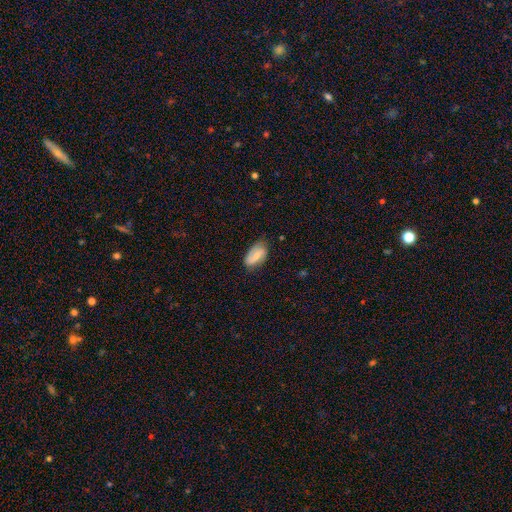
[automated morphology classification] This is possibly a featured or disk galaxy (48%). Merging: likely none (74%).